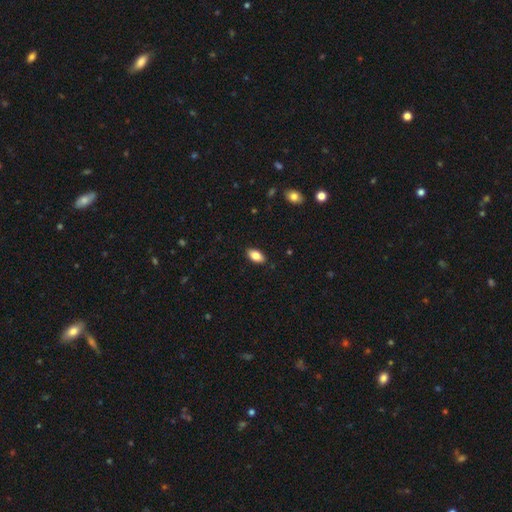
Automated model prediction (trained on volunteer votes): Morphology: type=smooth (83%); roundness=in between (92%); merging=none (88%).